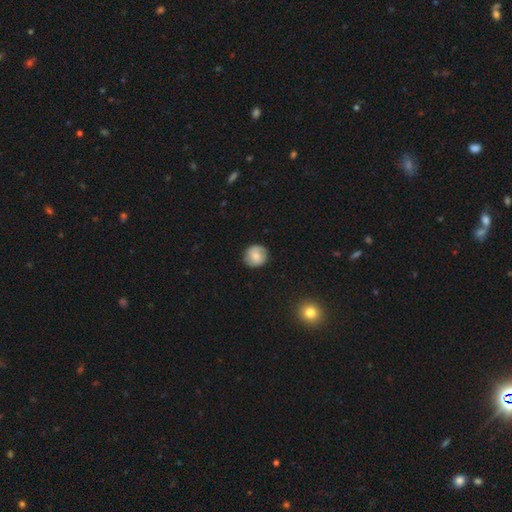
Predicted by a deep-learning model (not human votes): Smooth or featured? Predicted: smooth (p=0.66). How rounded? Predicted: round (p=0.89). Merging? Predicted: none (p=0.84).